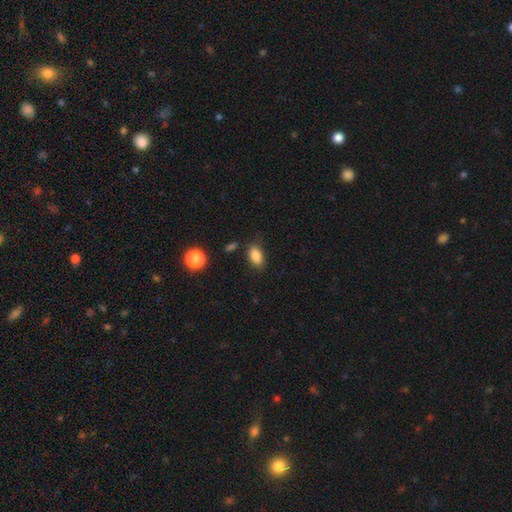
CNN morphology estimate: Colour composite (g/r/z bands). It shows a smooth galaxy with no disk features (85%) that is in between round and cigar-shaped (88%). Merging: none (79%).